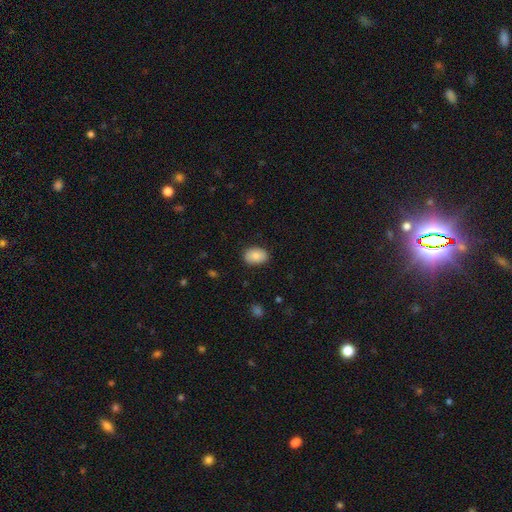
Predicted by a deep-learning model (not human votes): Smooth or featured? smooth (83%)
How rounded? in between (81%)
Merging? none (87%)